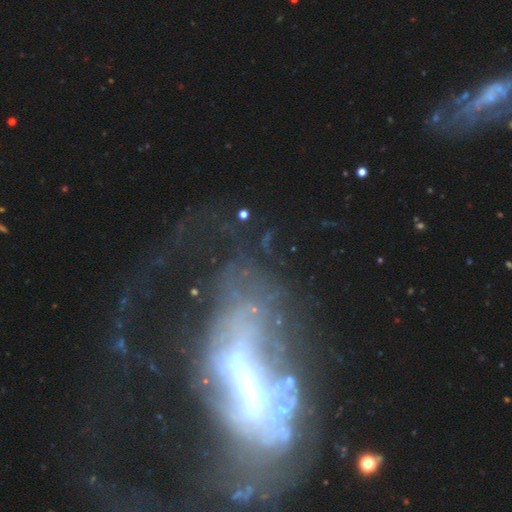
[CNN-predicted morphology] This is likely a featured or disk galaxy (71%). It is clearly not viewed edge-on (86%). Bar: marginally strong (41%). Spiral arm pattern: possibly no (59%). Central bulge: marginally moderate (44%). Merging: likely major disturbance (61%).